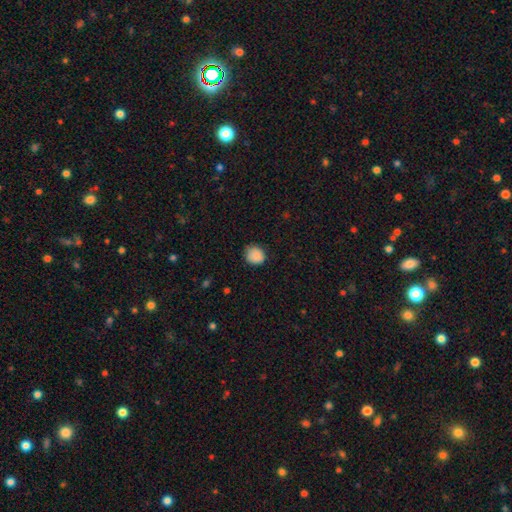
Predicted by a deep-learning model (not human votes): smooth_or_featured: smooth (p=0.88) [alt: star or artifact p=0.08]
how_rounded: round (p=0.81) [alt: in between p=0.18]
merging: none (p=0.77) [alt: minor disturbance p=0.18]